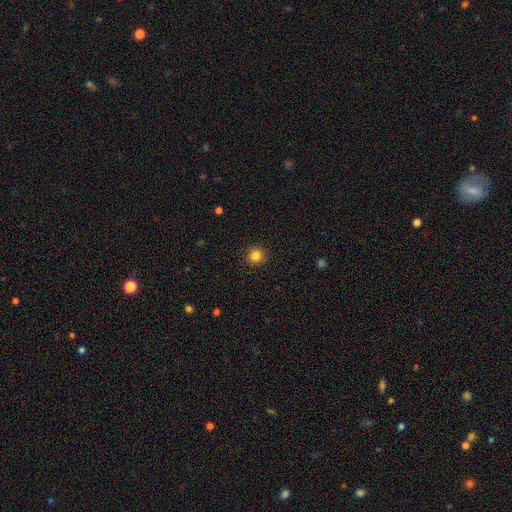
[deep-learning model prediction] A smooth galaxy with no disk features (83%) that is round (95%).

Vote fractions:
- Smooth or featured? smooth: 83% / star or artifact: 12% / featured or disk: 5%
- How rounded? round: 95% / in between: 4% / cigar-shaped: 1%
- Merging? none: 92% / minor disturbance: 5% / major disturbance: 2% / merger: 1%